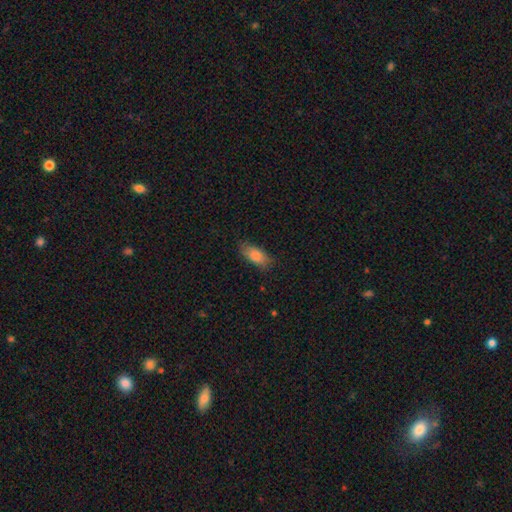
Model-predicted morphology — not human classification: Smooth or featured: smooth — 84% (featured or disk — 9%)
How rounded: in between — 86% (cigar-shaped — 11%)
Merging: none — 75% (minor disturbance — 19%)